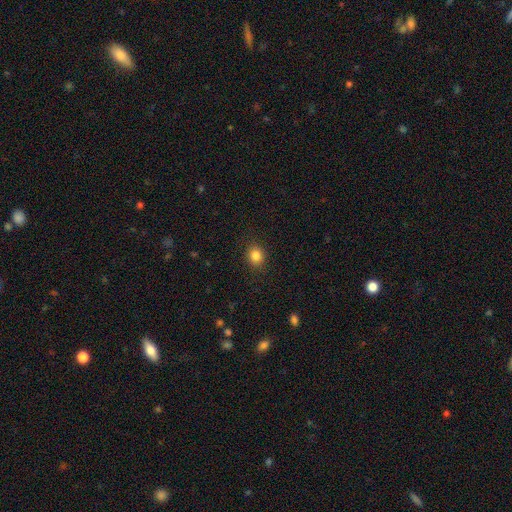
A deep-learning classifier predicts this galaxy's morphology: A smooth galaxy with no disk features (84%) that is round (71%).

Vote fractions:
- Smooth or featured? smooth: 84% / star or artifact: 11% / featured or disk: 5%
- How rounded? round: 71% / in between: 28% / cigar-shaped: 1%
- Merging? none: 90% / minor disturbance: 7% / major disturbance: 2% / merger: 1%